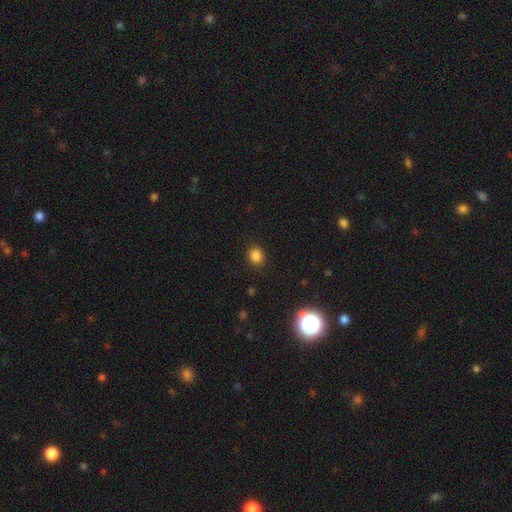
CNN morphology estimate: Smooth or featured? smooth (84%)
How rounded? round (75%)
Merging? none (89%)